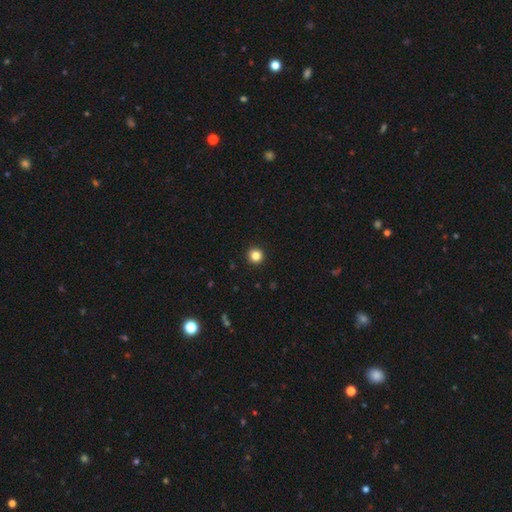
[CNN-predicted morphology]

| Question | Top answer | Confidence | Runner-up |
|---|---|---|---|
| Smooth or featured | smooth | 84% | star or artifact (12%) |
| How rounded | round | 96% | in between (4%) |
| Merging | none | 94% | minor disturbance (4%) |